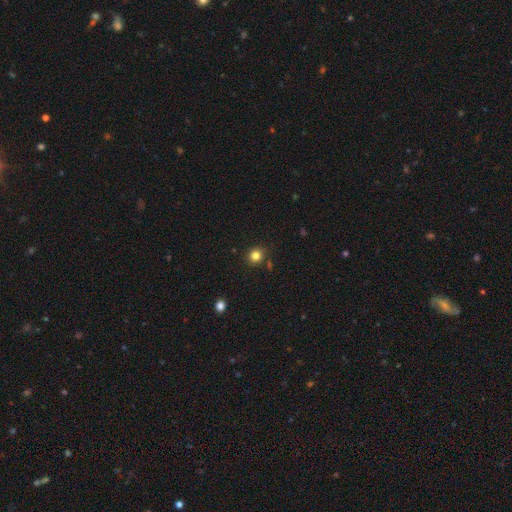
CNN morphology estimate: smooth-or-featured: smooth: 82% | star or artifact: 13% | featured or disk: 5%
  how-rounded: round: 86% | in between: 13% | cigar-shaped: 1%
  merging: none: 85% | minor disturbance: 9% | merger: 4% | major disturbance: 2%